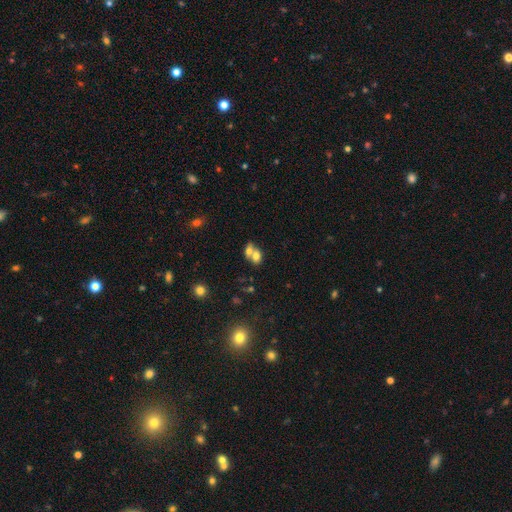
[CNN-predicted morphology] Smooth or featured? smooth (67%)
How rounded? in between (66%)
Merging? merger (68%)